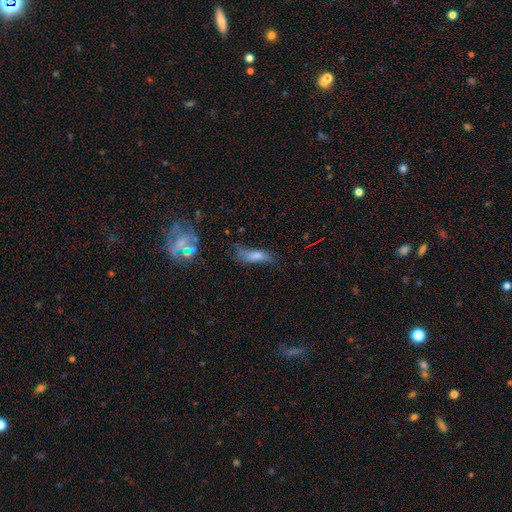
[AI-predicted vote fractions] Overall: smooth (70%). How rounded: in between (50%; cigar-shaped 47%). Merging: none (47%; minor disturbance 31%).